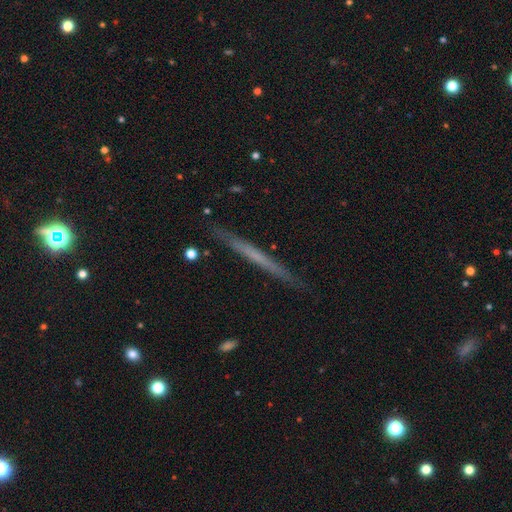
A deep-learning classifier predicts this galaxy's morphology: This is possibly a featured or disk galaxy (54%). It is clearly viewed edge-on (97%). Edge-on bulge: clearly none (90%). Merging: clearly none (90%).